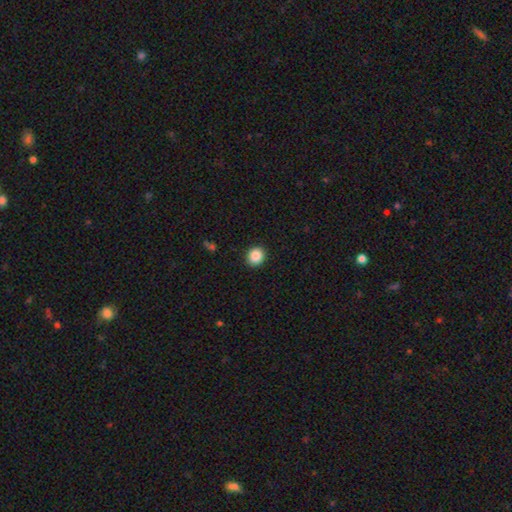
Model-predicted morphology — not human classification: Smooth or featured? smooth (87%)
How rounded? round (79%)
Merging? none (91%)